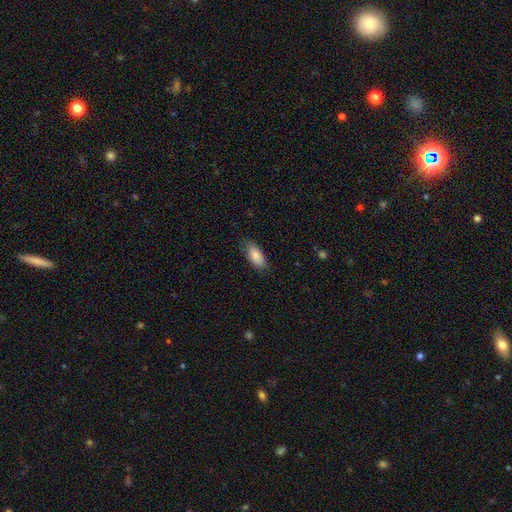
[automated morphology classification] This appears to be a smooth galaxy with no disk features (84%) that is in between round and cigar-shaped (86%). Merging: none (77%).